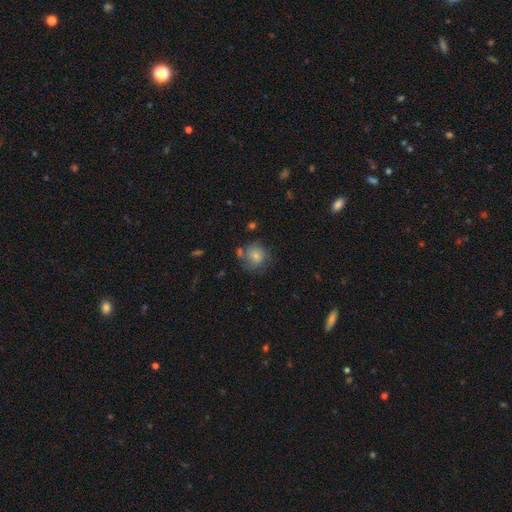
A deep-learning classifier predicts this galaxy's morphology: smooth-or-featured: smooth: 77% | featured or disk: 13% | star or artifact: 9%
  how-rounded: round: 81% | in between: 18% | cigar-shaped: 1%
  merging: none: 60% | minor disturbance: 21% | merger: 10% | major disturbance: 9%